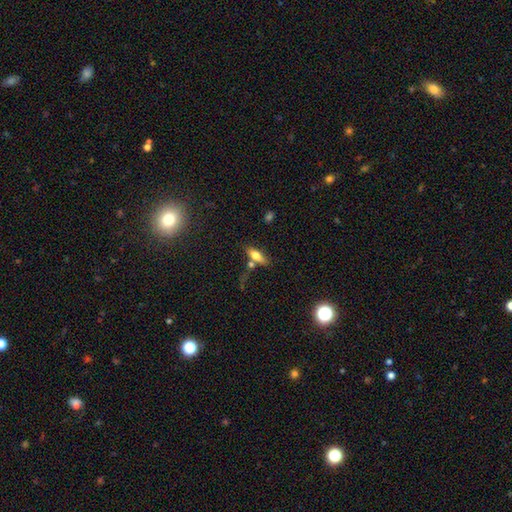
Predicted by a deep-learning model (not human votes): The model was most divided on "merging": none: 54%, merger: 23%, minor disturbance: 15%, major disturbance: 7%. More confident: how rounded — in between (66%); smooth or featured — smooth (64%).